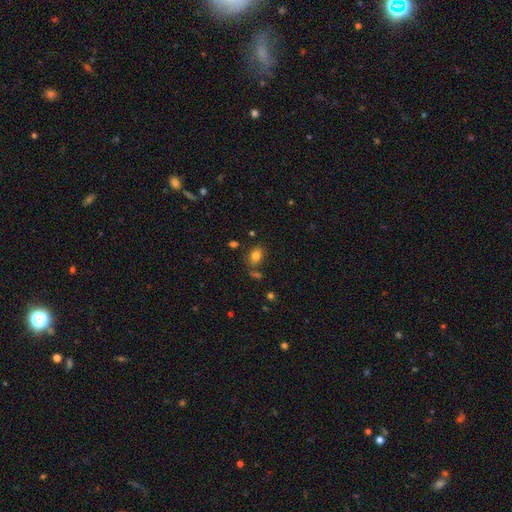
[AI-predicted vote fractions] Smooth or featured: smooth — 80% (star or artifact — 11%)
How rounded: in between — 75% (round — 24%)
Merging: none — 71% (minor disturbance — 14%)